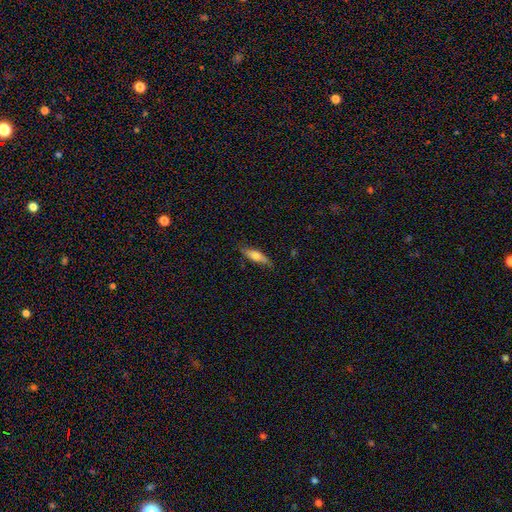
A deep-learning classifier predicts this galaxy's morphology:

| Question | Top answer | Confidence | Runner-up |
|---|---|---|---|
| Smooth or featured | smooth | 64% | featured or disk (30%) |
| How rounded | cigar-shaped | 65% | in between (33%) |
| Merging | none | 77% | minor disturbance (19%) |